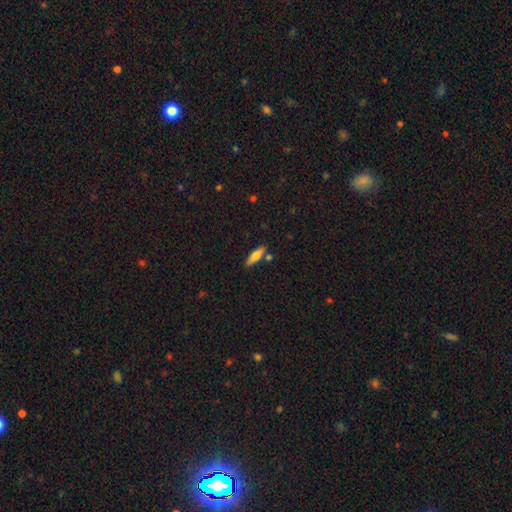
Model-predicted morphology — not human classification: A smooth galaxy with no disk features (62%) that is cigar-shaped (62%). Merging: none (79%).